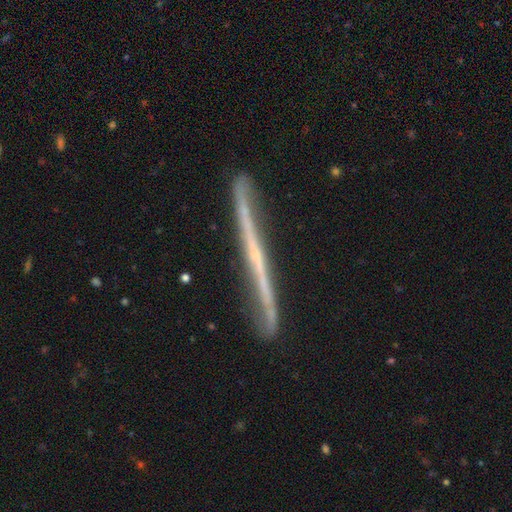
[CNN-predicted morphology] This is likely a featured or disk galaxy (76%). It is clearly viewed edge-on (95%). Edge-on bulge: likely none (78%). Merging: clearly none (82%).